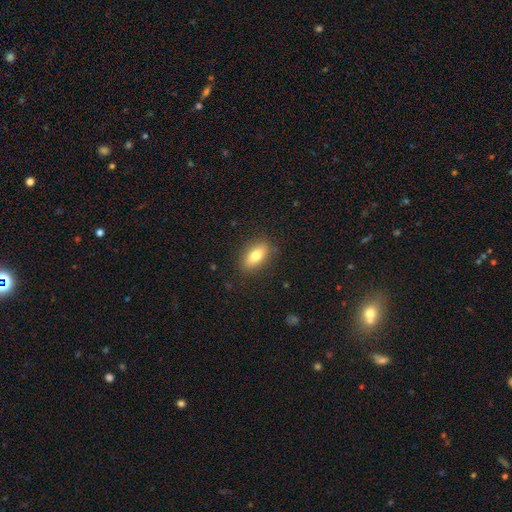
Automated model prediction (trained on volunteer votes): Smooth or featured? smooth (77%)
How rounded? in between (85%)
Merging? none (86%)